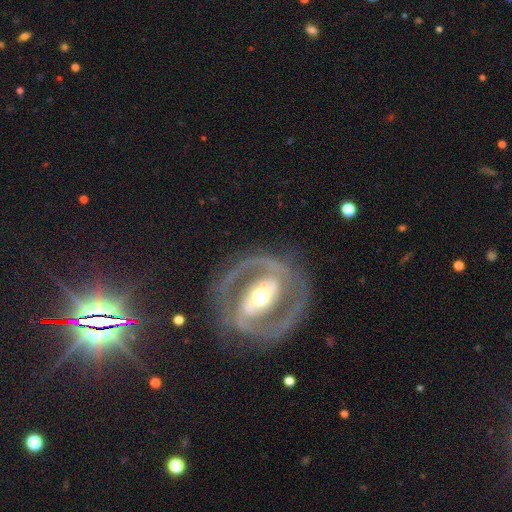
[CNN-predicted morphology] Smooth or featured? featured or disk (86%)
Edge-on disk? no (93%)
Bar? strong (69%)
Spiral arms? yes (86%)
Spiral winding? tight (46%)
Spiral arm count? 2 (84%)
Bulge size? moderate (57%)
Merging? none (79%)